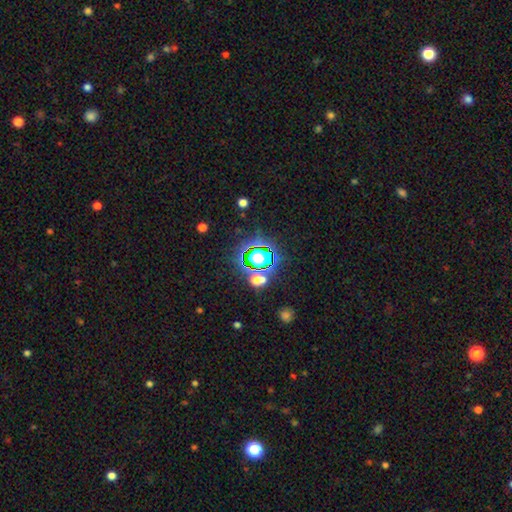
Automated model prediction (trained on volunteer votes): Morphology: type=star or artifact (70%).